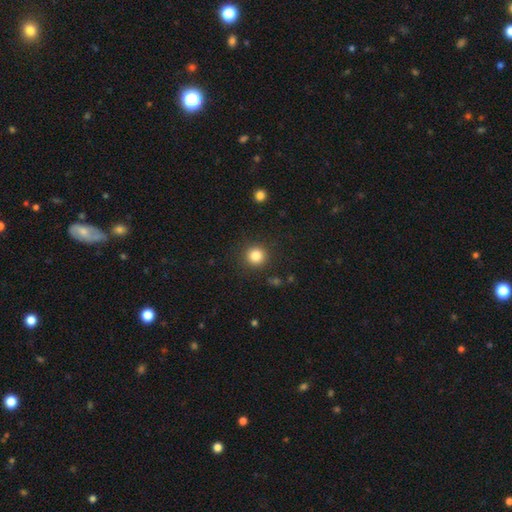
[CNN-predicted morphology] This appears to be a smooth galaxy with no disk features (83%) that is round (94%). Merging: none (90%).